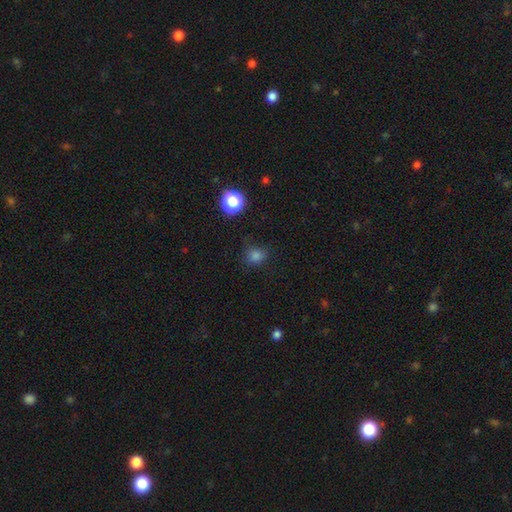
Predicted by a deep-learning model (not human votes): A smooth galaxy with no disk features (78%) that is round (75%).

Vote fractions:
- Smooth or featured? smooth: 78% / star or artifact: 18% / featured or disk: 4%
- How rounded? round: 75% / in between: 24% / cigar-shaped: 1%
- Merging? none: 73% / minor disturbance: 18% / major disturbance: 6% / merger: 2%